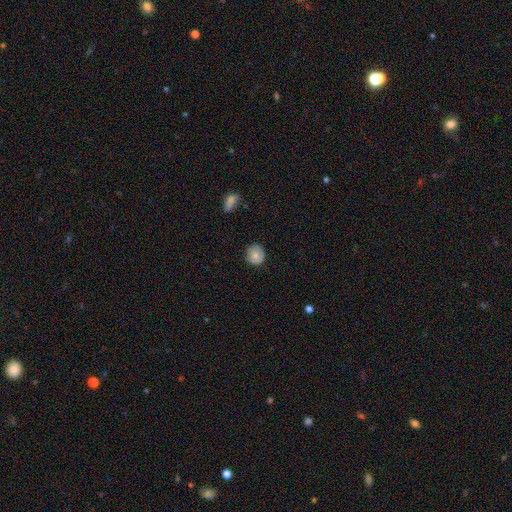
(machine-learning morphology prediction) A smooth galaxy with no disk features (74%) that is round (90%). Merging: none (82%).